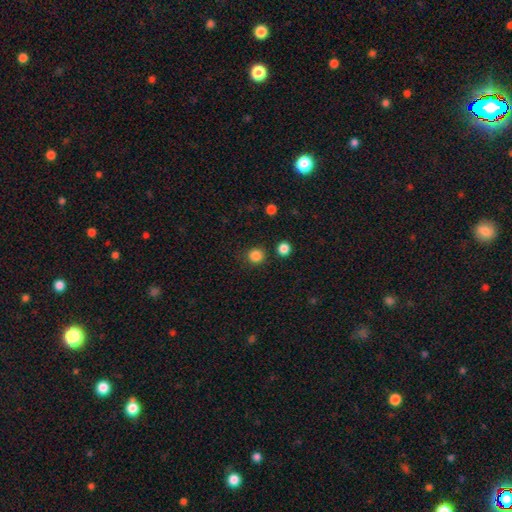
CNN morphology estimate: Smooth or featured? Predicted: smooth (p=0.84). How rounded? Predicted: round (p=0.93). Merging? Predicted: none (p=0.87).